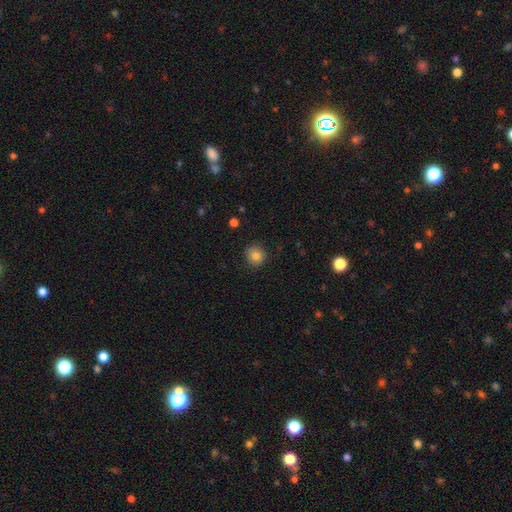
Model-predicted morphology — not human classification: Smooth or featured: smooth — 82% (star or artifact — 11%)
How rounded: round — 92% (in between — 7%)
Merging: none — 88% (minor disturbance — 9%)